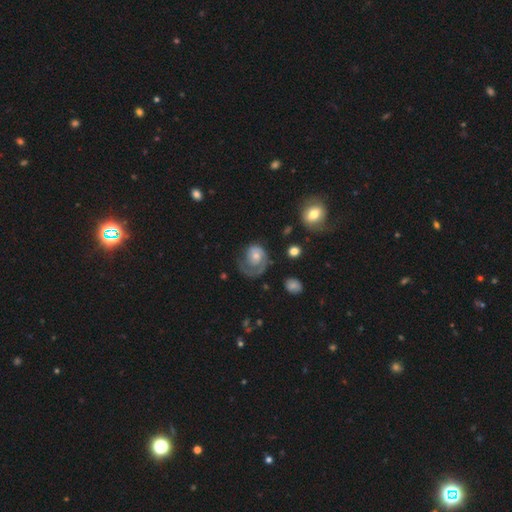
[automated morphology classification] featured or disk 60%, smooth 33%, star or artifact 7%. Down the decision tree: edge-on disk — no (97%); bar — no (78%); spiral arms — yes (79%); bulge size — moderate (47%); merging — none (39%).